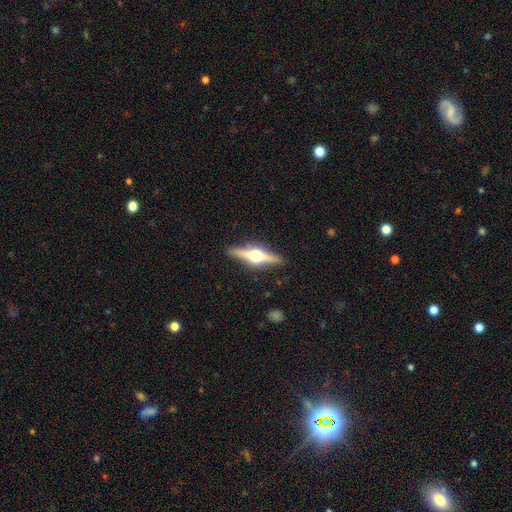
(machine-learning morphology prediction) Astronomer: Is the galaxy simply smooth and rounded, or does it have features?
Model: featured or disk — 81%.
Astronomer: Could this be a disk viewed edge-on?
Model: yes — 98%.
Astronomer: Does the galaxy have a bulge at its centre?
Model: rounded — 96%.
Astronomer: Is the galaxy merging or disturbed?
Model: none — 90%.